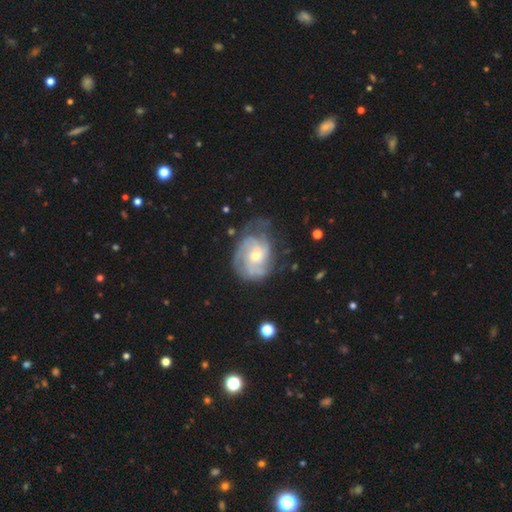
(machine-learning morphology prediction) Smooth or featured?
  - featured or disk: 84% *
  - smooth: 11%
  - star or artifact: 5%
Edge-on disk?
  - no: 98% *
  - yes: 2%
Bar?
  - no: 68% *
  - weak: 27%
  - strong: 5%
Spiral arms?
  - yes: 94% *
  - no: 6%
Spiral winding?
  - tight: 53% *
  - medium: 37%
  - loose: 10%
Spiral arm count?
  - 3: 31% *
  - can't tell: 27%
  - 2: 20%
  - 4: 12%
  - 1: 5%
  - more than 4: 5%
Bulge size?
  - small: 51% *
  - moderate: 45%
  - large: 2%
  - none: 1%
  - dominant: 1%
Merging?
  - none: 59% *
  - minor disturbance: 24%
  - major disturbance: 15%
  - merger: 2%